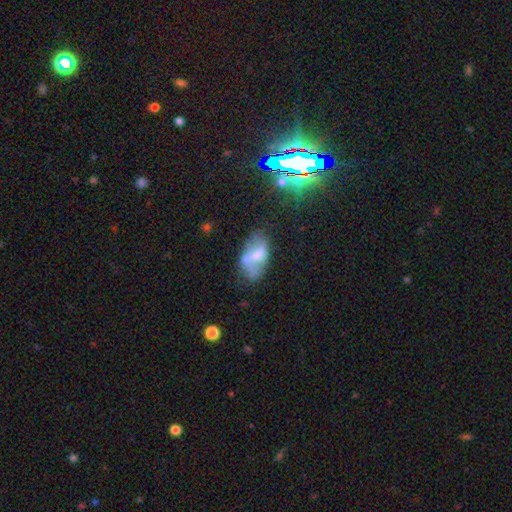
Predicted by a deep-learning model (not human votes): The model was most divided on "smooth or featured": smooth: 48%, featured or disk: 41%, star or artifact: 10%. Remaining: merging — none (40%).